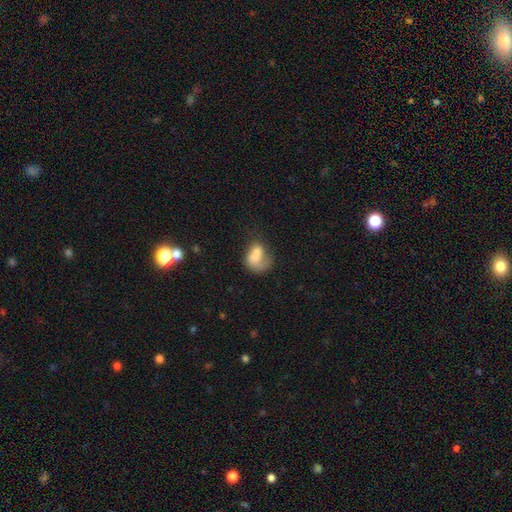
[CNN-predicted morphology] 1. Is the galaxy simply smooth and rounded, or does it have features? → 63% smooth, 29% featured or disk, 9% star or artifact.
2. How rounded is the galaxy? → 60% in between, 39% round, 1% cigar-shaped.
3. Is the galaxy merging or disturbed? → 48% merger, 20% none, 20% major disturbance, 13% minor disturbance.